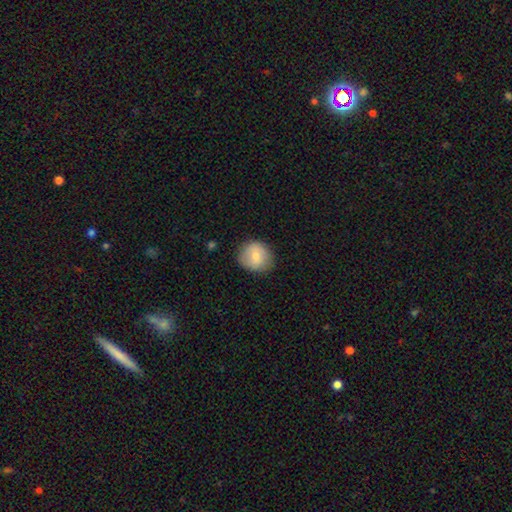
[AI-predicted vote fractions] A smooth galaxy with no disk features (75%) that is round (85%).

Vote fractions:
- Smooth or featured? smooth: 75% / featured or disk: 17% / star or artifact: 7%
- How rounded? round: 85% / in between: 14% / cigar-shaped: 1%
- Merging? none: 82% / minor disturbance: 14% / major disturbance: 3% / merger: 1%